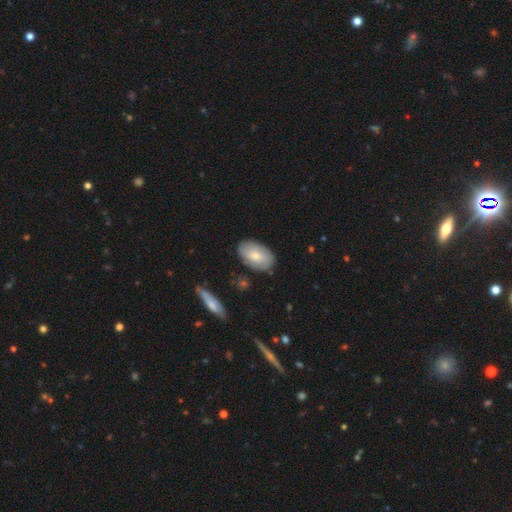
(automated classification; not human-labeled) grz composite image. It shows a smooth galaxy with no disk features (66%) that is in between round and cigar-shaped (91%). Merging: none (79%).